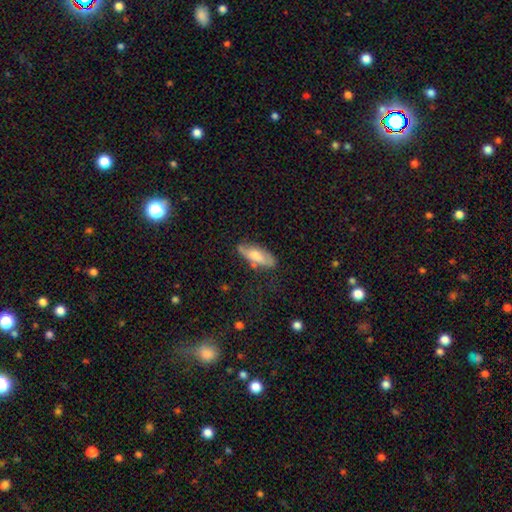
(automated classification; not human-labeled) A smooth galaxy with no disk features (58%) that is in between round and cigar-shaped (65%).

Vote fractions:
- Smooth or featured? smooth: 58% / featured or disk: 35% / star or artifact: 7%
- How rounded? in between: 65% / cigar-shaped: 32% / round: 3%
- Merging? none: 73% / minor disturbance: 20% / major disturbance: 5% / merger: 3%